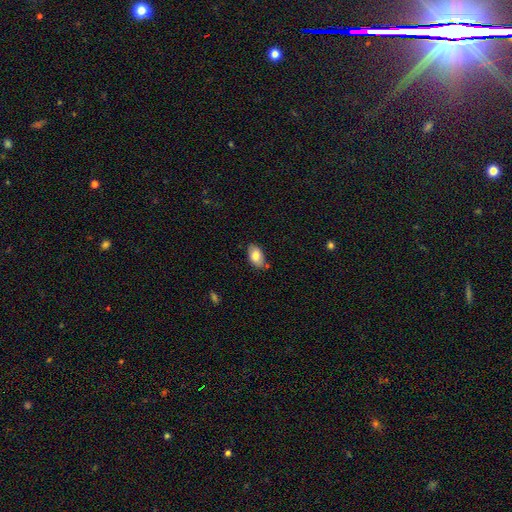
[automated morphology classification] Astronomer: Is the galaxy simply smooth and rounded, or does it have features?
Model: smooth — 79%.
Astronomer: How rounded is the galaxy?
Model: in between — 93%.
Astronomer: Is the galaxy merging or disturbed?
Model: none — 78%.